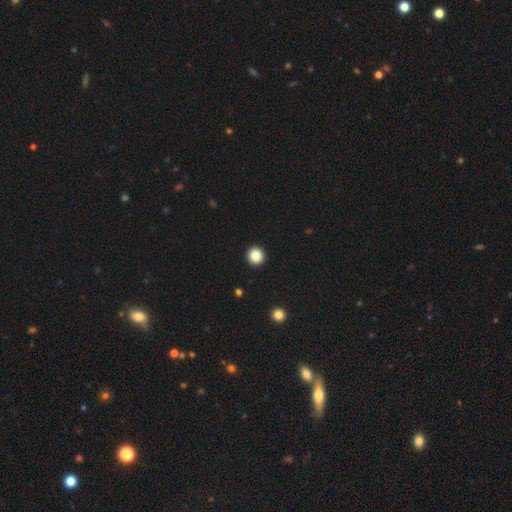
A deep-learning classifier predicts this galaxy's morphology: type=smooth (85%); roundness=round (95%); merging=none (94%).